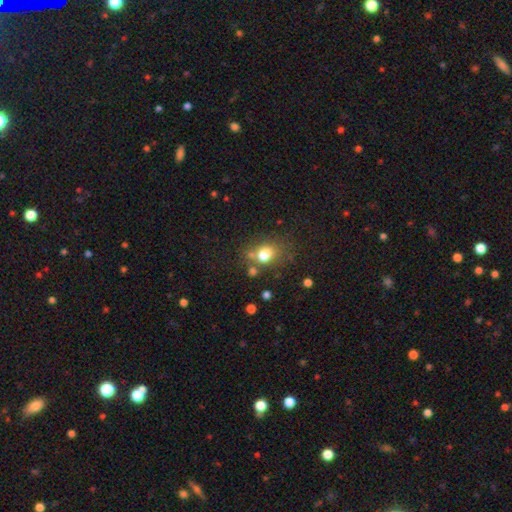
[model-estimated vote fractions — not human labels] Smooth or featured?
  - smooth: 71% *
  - star or artifact: 17%
  - featured or disk: 12%
How rounded?
  - round: 51% *
  - in between: 47%
  - cigar-shaped: 1%
Merging?
  - none: 59% *
  - merger: 18%
  - minor disturbance: 16%
  - major disturbance: 7%